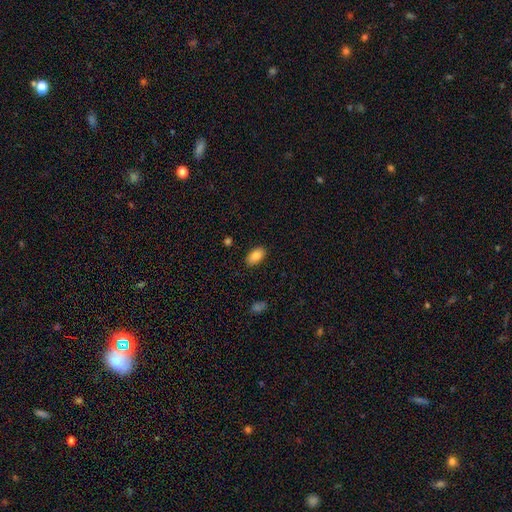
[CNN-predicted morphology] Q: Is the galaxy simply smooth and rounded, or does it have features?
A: smooth — 84%.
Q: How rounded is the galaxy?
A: in between — 93%.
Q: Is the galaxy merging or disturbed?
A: none — 87%.